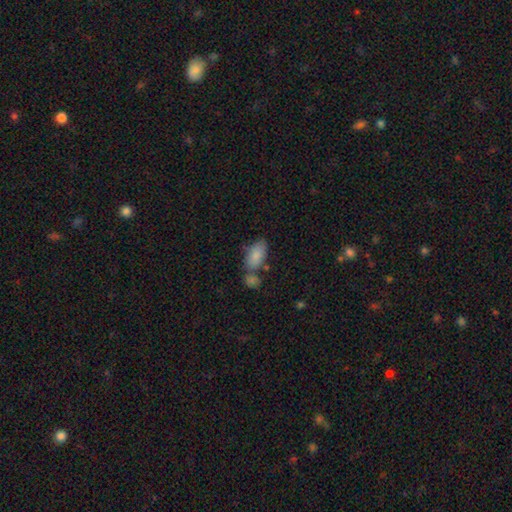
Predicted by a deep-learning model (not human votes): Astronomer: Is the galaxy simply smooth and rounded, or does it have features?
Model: smooth — 84%.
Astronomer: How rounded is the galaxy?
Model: in between — 93%.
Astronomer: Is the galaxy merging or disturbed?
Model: none — 50% (runner-up: merger, 26%).